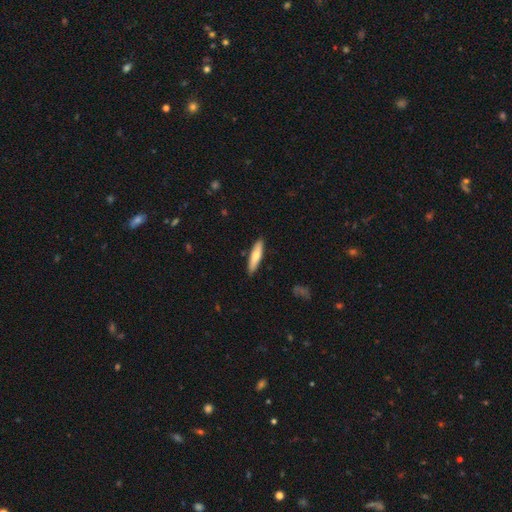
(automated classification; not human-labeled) The model was most divided on "smooth or featured": smooth: 69%, featured or disk: 26%, star or artifact: 6%. More confident: merging — none (88%); how rounded — cigar-shaped (77%).